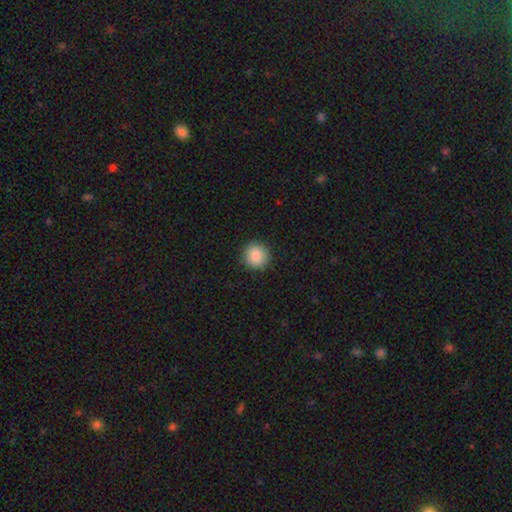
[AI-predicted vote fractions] Overall: smooth (85%). How rounded: round (93%). Merging: none (91%).